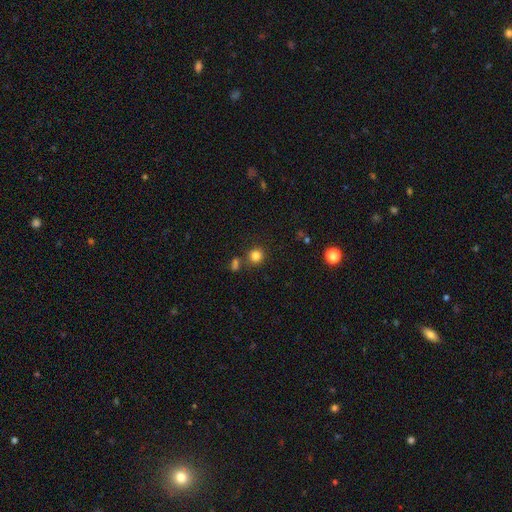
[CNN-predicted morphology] The model was most divided on "merging": none: 78%, merger: 10%, minor disturbance: 8%, major disturbance: 3%. More confident: how rounded — round (90%); smooth or featured — smooth (82%).